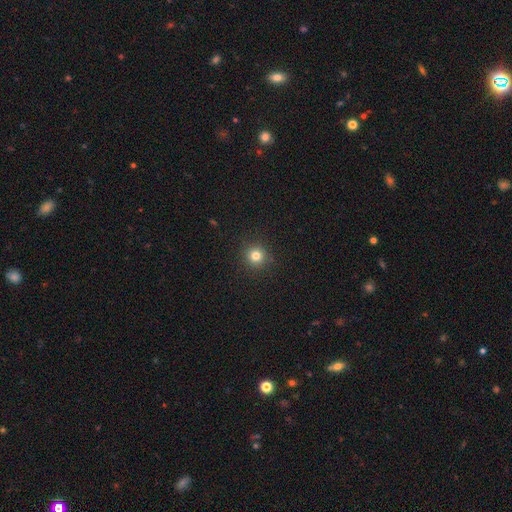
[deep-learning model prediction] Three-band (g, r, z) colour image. It shows a smooth galaxy with no disk features (80%) that is round (95%). Merging: none (92%).